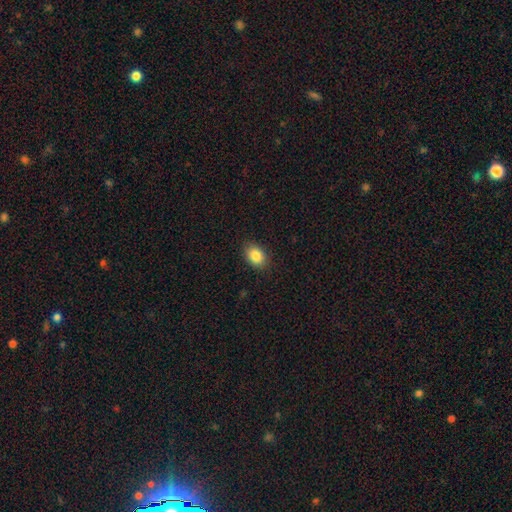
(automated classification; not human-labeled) A smooth galaxy with no disk features (86%) that is in between round and cigar-shaped (74%). Merging: none (87%).